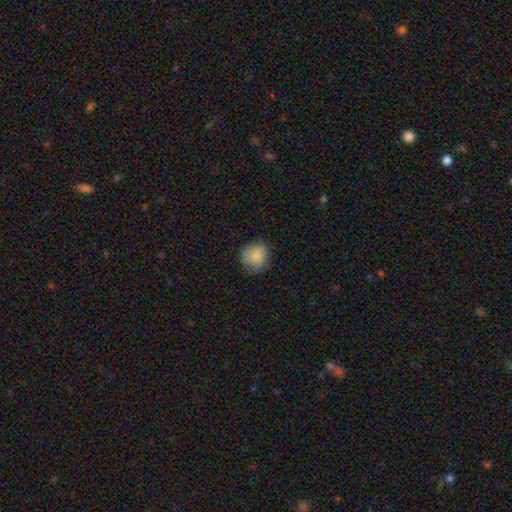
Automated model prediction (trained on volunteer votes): Q: Smooth or featured?
A: smooth (86%); runner-up: star or artifact (8%)
Q: How rounded?
A: round (84%); runner-up: in between (15%)
Q: Merging?
A: none (78%); runner-up: minor disturbance (17%)